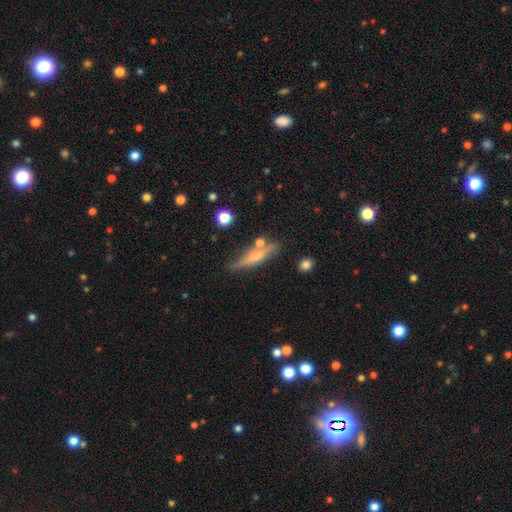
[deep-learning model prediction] Q: Smooth or featured?
A: featured or disk (54%); runner-up: smooth (38%)
Q: Edge-on disk?
A: yes (93%); runner-up: no (7%)
Q: Edge-on bulge?
A: rounded (71%); runner-up: none (17%)
Q: Merging?
A: none (75%); runner-up: minor disturbance (14%)